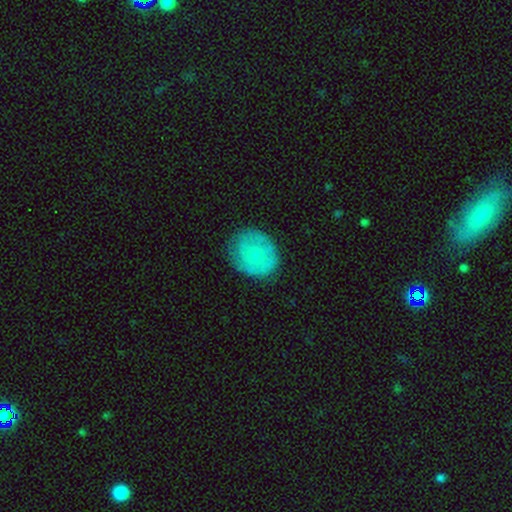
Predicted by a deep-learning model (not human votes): Smooth or featured?
  - smooth: 64% *
  - featured or disk: 29%
  - star or artifact: 7%
How rounded?
  - round: 74% *
  - in between: 25%
  - cigar-shaped: 1%
Merging?
  - none: 74% *
  - minor disturbance: 19%
  - major disturbance: 5%
  - merger: 1%